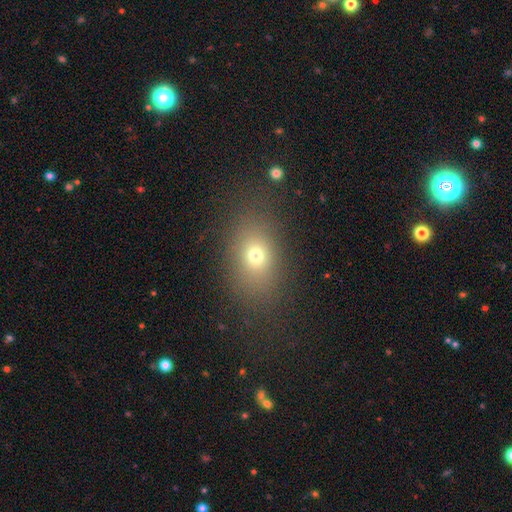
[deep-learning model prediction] smooth 71%, star or artifact 17%, featured or disk 12%. Down the decision tree: how rounded — in between (66%); merging — none (80%).